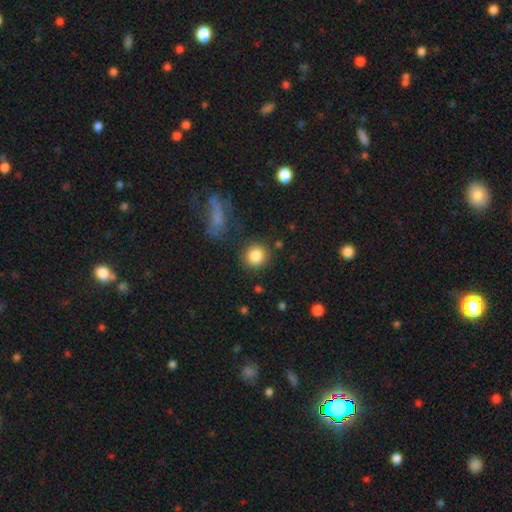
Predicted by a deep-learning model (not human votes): This appears to be a smooth galaxy with no disk features (85%) that is round (87%). Merging: none (83%).